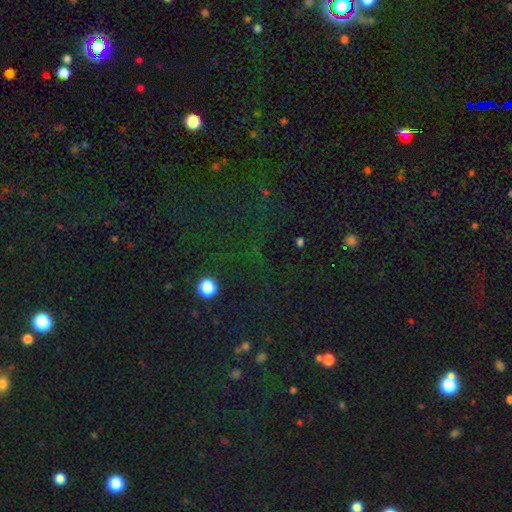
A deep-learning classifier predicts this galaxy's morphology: A star or artifact, not a galaxy (73%).